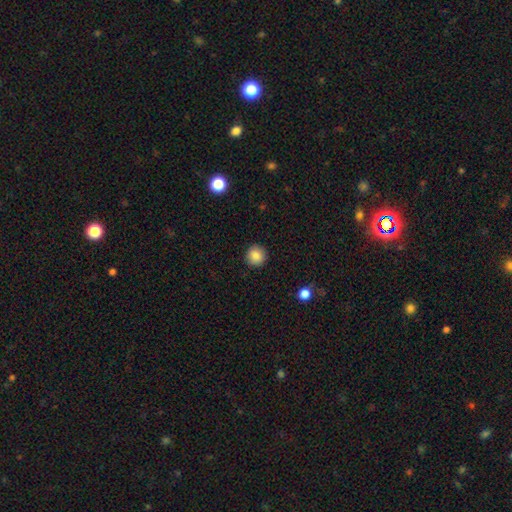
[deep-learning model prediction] Overall: smooth (86%). How rounded: round (95%). Merging: none (92%).